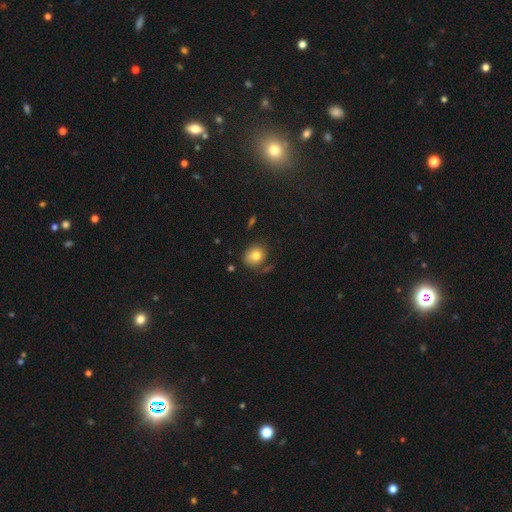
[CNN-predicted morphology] smooth-or-featured: smooth: 79% | featured or disk: 11% | star or artifact: 10%
  how-rounded: round: 59% | in between: 40% | cigar-shaped: 1%
  merging: none: 72% | minor disturbance: 17% | major disturbance: 6% | merger: 5%